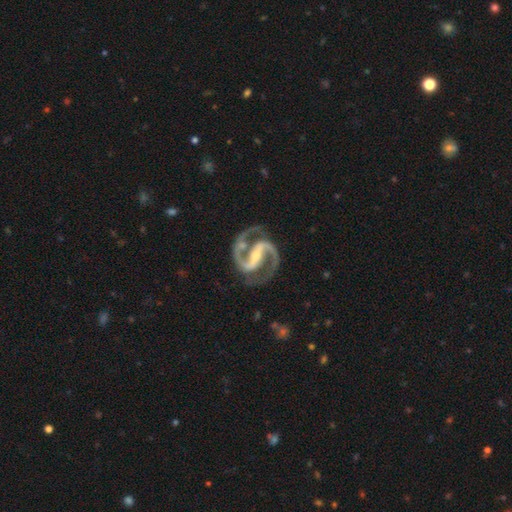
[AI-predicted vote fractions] smooth-or-featured: featured or disk: 95% | star or artifact: 3% | smooth: 2%
  disk-edge-on: no: 98% | yes: 2%
    bar: strong: 67% | weak: 23% | no: 10%
    has-spiral-arms: yes: 99% | no: 1%
      spiral-winding: medium: 70% | tight: 20% | loose: 9%
      spiral-arm-count: 2: 95% | 3: 1% | can't tell: 1% | 1: 1% | 4: 1% | more than 4: 1%
    bulge-size: small: 59% | moderate: 33% | none: 5% | large: 2% | dominant: 1%
  merging: none: 80% | minor disturbance: 12% | major disturbance: 5% | merger: 2%